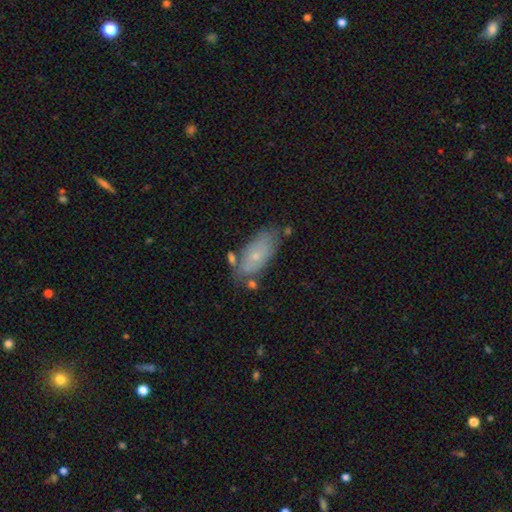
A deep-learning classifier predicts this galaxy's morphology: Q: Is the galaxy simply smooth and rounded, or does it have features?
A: smooth — 63%.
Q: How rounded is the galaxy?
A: in between — 84%.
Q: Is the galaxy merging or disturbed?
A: none — 66%.